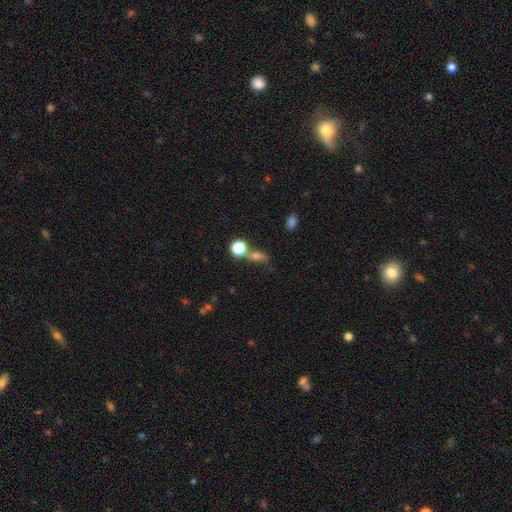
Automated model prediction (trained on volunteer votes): The model was most divided on "how rounded": in between: 47%, round: 44%, cigar-shaped: 9%. Remaining: smooth or featured — smooth (60%); merging — none (44%).